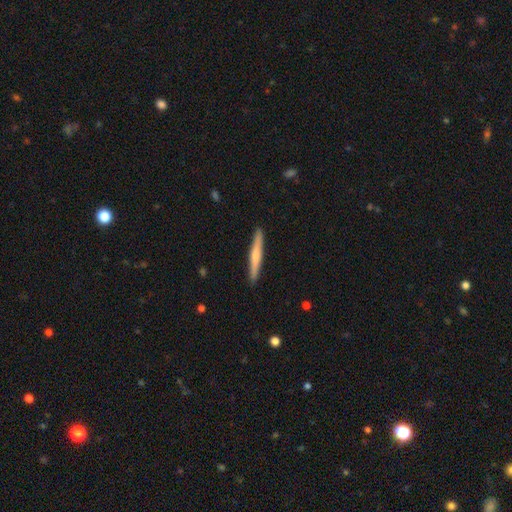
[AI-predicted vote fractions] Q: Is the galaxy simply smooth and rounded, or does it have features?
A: smooth — 52%.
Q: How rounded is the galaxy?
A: cigar-shaped — 96%.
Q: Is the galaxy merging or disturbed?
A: none — 92%.